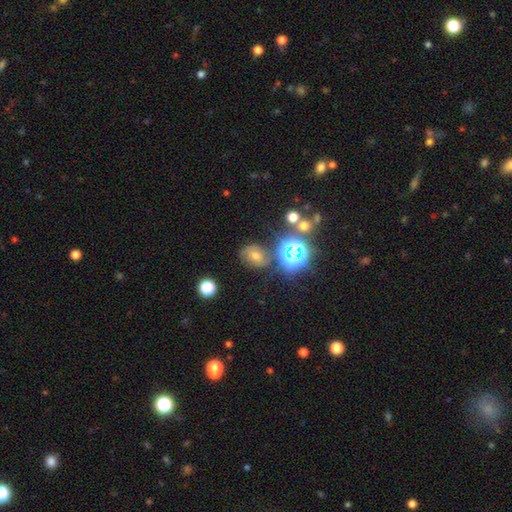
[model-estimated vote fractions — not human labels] Smooth or featured: smooth — 43% (star or artifact — 35%)
Merging: none — 71% (minor disturbance — 16%)